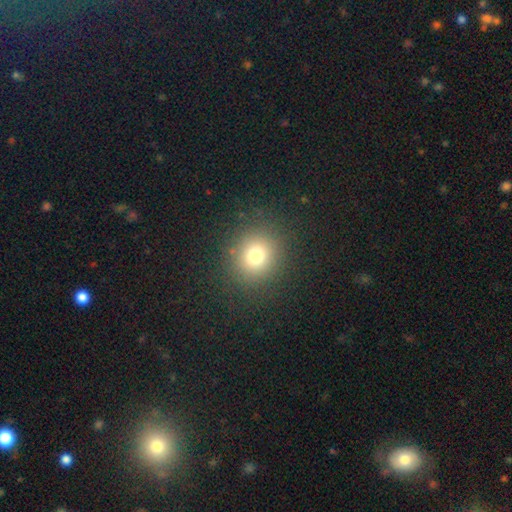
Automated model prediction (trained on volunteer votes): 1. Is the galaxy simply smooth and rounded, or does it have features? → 73% smooth, 18% star or artifact, 9% featured or disk.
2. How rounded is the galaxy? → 87% round, 12% in between, 1% cigar-shaped.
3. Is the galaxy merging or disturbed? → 88% none, 7% minor disturbance, 4% major disturbance, 1% merger.